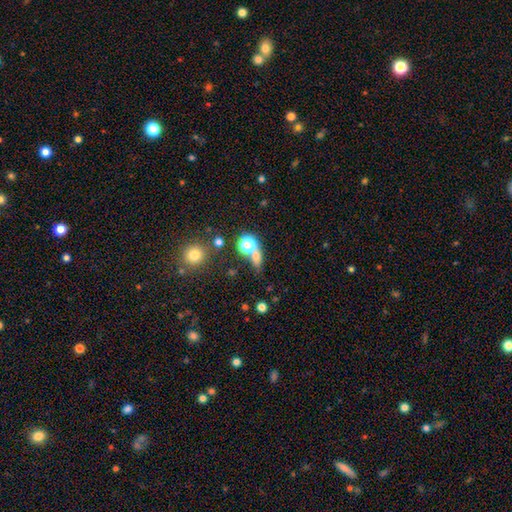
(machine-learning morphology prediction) smooth_or_featured: smooth (p=0.57) [alt: star or artifact p=0.30]
how_rounded: in between (p=0.45) [alt: round p=0.42]
merging: none (p=0.55) [alt: merger p=0.24]